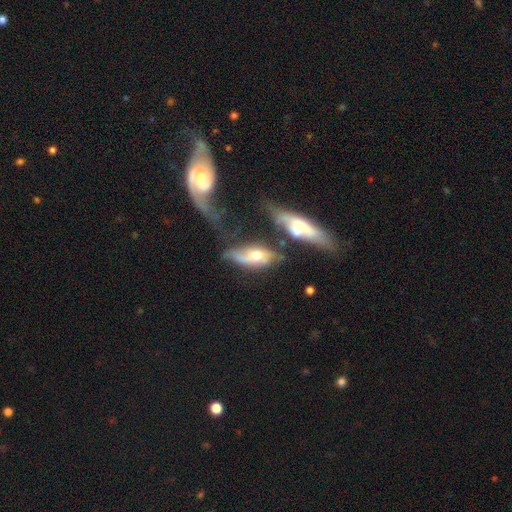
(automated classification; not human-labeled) featured or disk 56%, smooth 37%, star or artifact 8%. Down the decision tree: edge-on disk — no (61%); merging — none (32%).